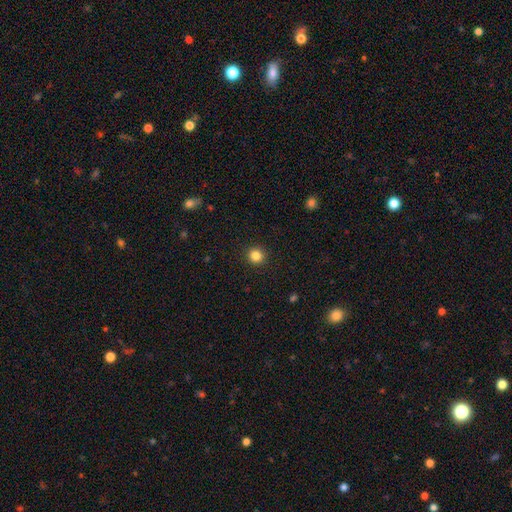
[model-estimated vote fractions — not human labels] Smooth or featured? Predicted: smooth (p=0.85). How rounded? Predicted: round (p=0.90). Merging? Predicted: none (p=0.92).